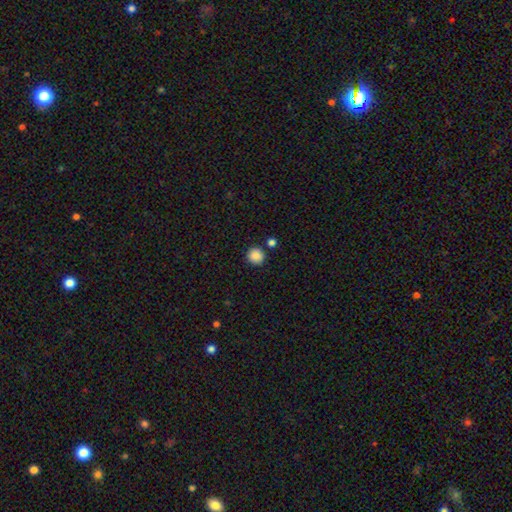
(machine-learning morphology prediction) This appears to be a smooth galaxy with no disk features (87%) that is round (94%). Merging: none (86%).